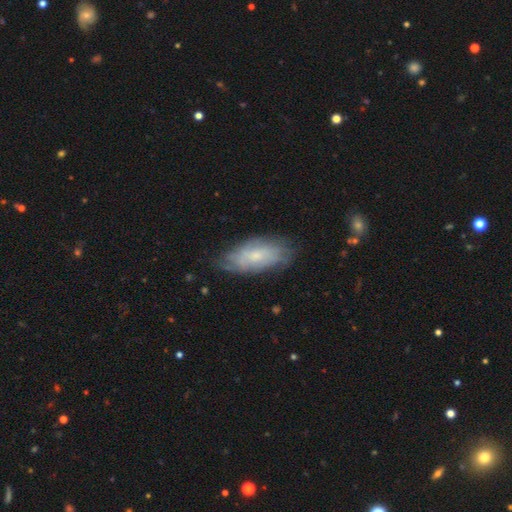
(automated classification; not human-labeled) Smooth or featured: smooth — 47% (featured or disk — 45%)
Merging: none — 70% (minor disturbance — 23%)